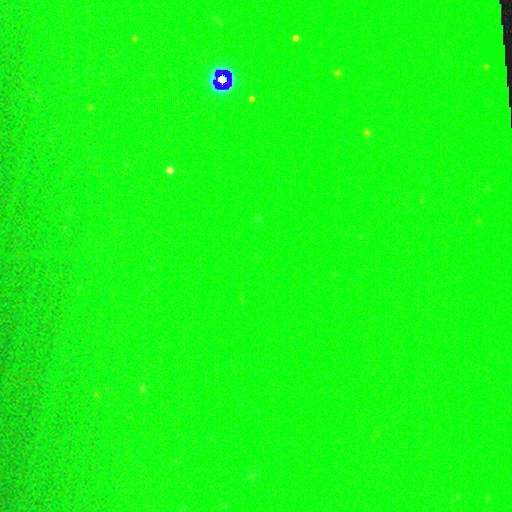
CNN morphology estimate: Q: Smooth or featured?
A: star or artifact (76%); runner-up: smooth (15%)